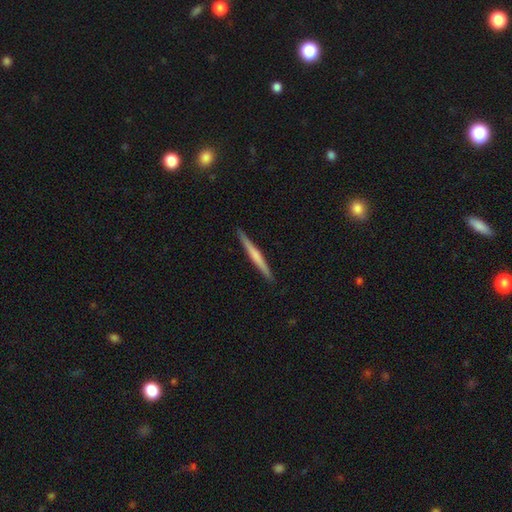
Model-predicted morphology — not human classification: Smooth or featured? Predicted: featured or disk (p=0.48). Merging? Predicted: none (p=0.91).